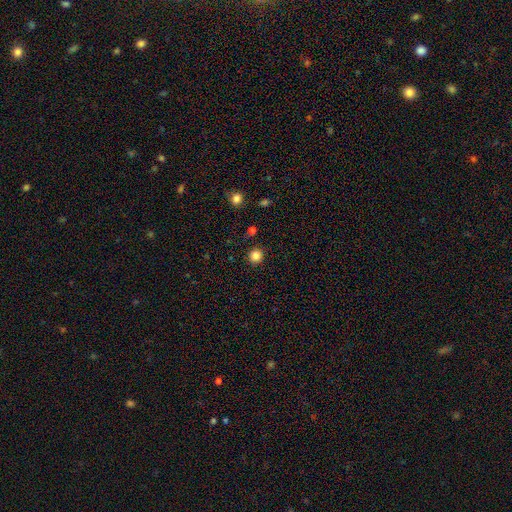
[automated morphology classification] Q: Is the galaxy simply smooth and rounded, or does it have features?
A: smooth — 84%.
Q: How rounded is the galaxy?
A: round — 94%.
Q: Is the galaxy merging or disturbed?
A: none — 91%.